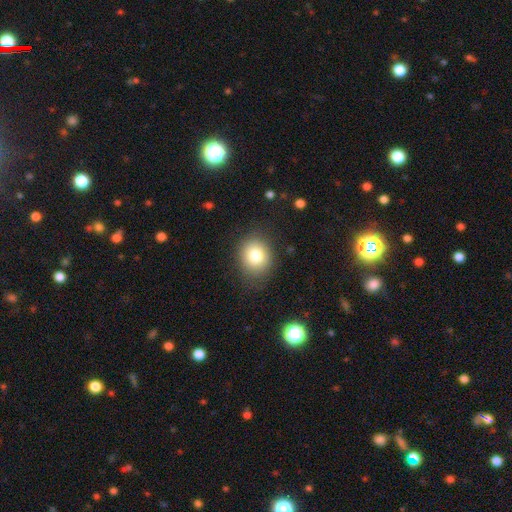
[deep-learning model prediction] smooth_or_featured: smooth (p=0.80) [alt: star or artifact p=0.10]
how_rounded: round (p=0.67) [alt: in between p=0.32]
merging: none (p=0.81) [alt: minor disturbance p=0.13]